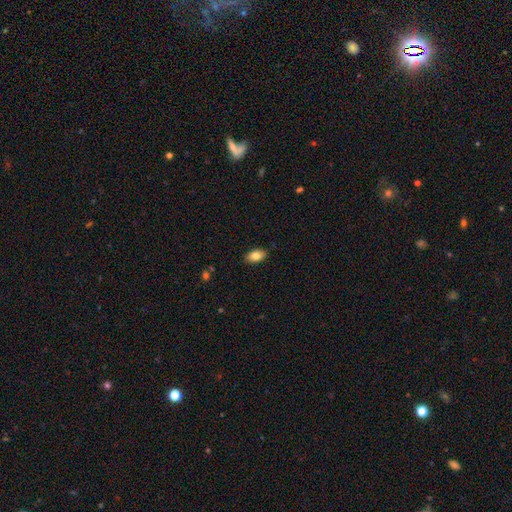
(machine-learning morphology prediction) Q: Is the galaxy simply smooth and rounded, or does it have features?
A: smooth — 82%.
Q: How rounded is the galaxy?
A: in between — 92%.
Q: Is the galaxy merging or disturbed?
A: none — 87%.